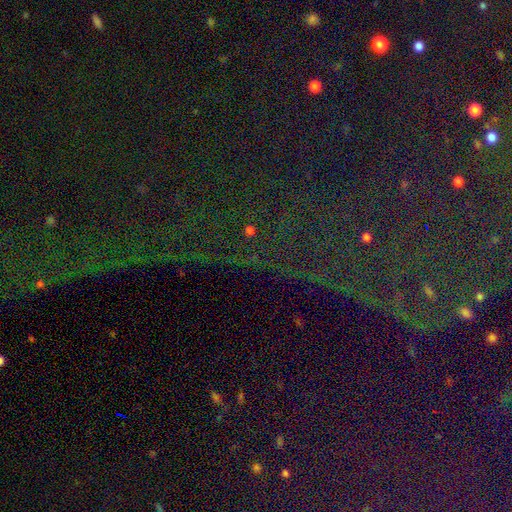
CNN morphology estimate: Overall: star or artifact (83%).